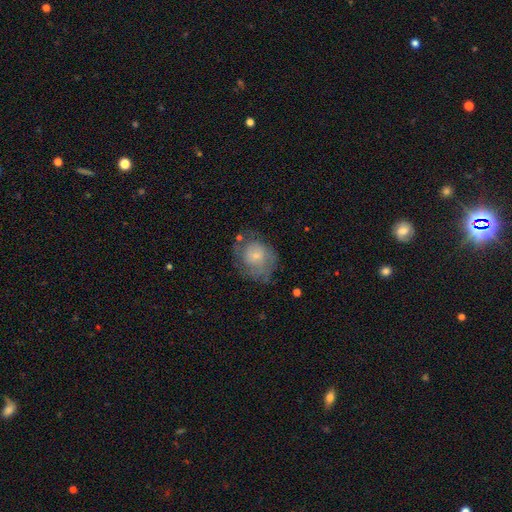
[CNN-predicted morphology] smooth-or-featured: smooth: 53% | featured or disk: 39% | star or artifact: 8%
  how-rounded: round: 67% | in between: 32% | cigar-shaped: 1%
  merging: none: 53% | minor disturbance: 26% | major disturbance: 18% | merger: 3%